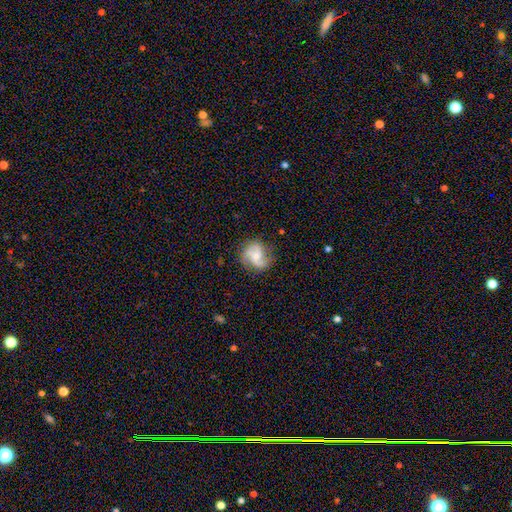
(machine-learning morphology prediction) smooth_or_featured: featured or disk (p=0.75) [alt: smooth p=0.18]
disk_edge_on: no (p=0.98) [alt: yes p=0.02]
bar: no (p=0.51) [alt: weak p=0.41]
has_spiral_arms: yes (p=0.95) [alt: no p=0.05]
spiral_winding: medium (p=0.46) [alt: loose p=0.38]
spiral_arm_count: 2 (p=0.74) [alt: 3 p=0.11]
bulge_size: small (p=0.43) [alt: moderate p=0.40]
merging: none (p=0.73) [alt: minor disturbance p=0.17]